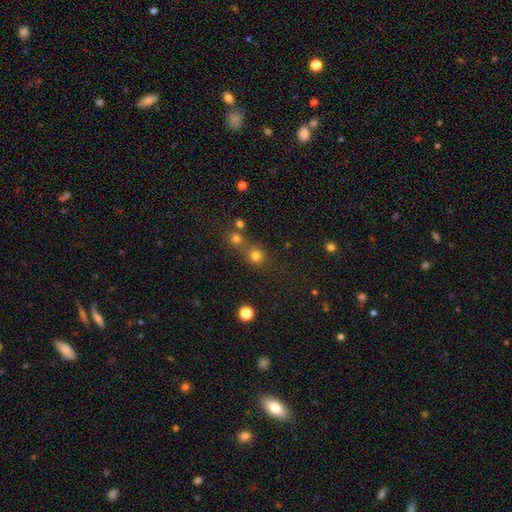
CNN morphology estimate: Smooth or featured: smooth — 76% (star or artifact — 17%)
How rounded: round — 87% (in between — 11%)
Merging: none — 59% (merger — 29%)